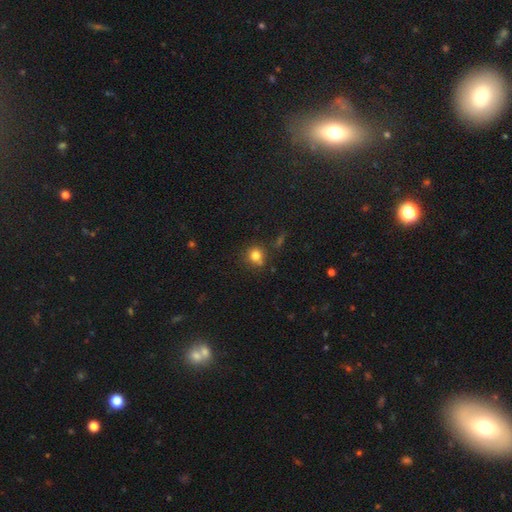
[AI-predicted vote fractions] The model was most divided on "merging": none: 68%, minor disturbance: 18%, merger: 8%, major disturbance: 6%. More confident: how rounded — round (81%); smooth or featured — smooth (79%).